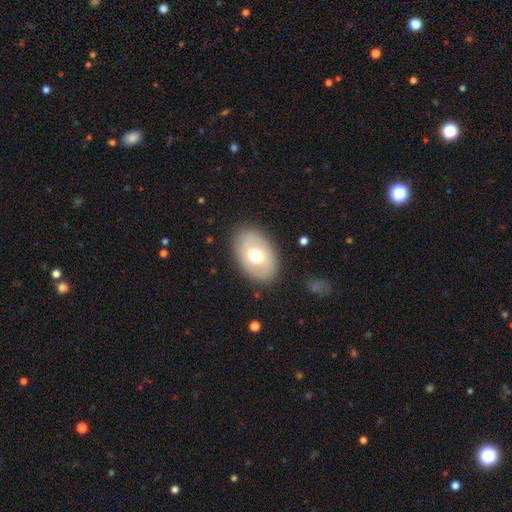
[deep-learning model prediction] smooth-or-featured: smooth: 57% | featured or disk: 36% | star or artifact: 7%
  how-rounded: in between: 84% | round: 15% | cigar-shaped: 1%
  merging: none: 83% | minor disturbance: 12% | major disturbance: 4% | merger: 1%